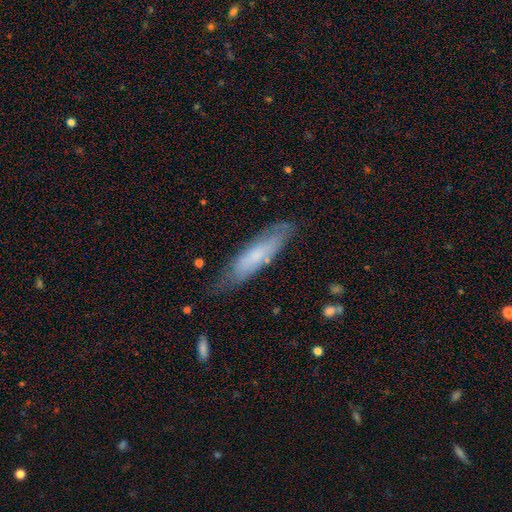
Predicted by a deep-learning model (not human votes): This appears to be a smooth galaxy with no disk features (58%) that is cigar-shaped (70%). Merging: none (69%).